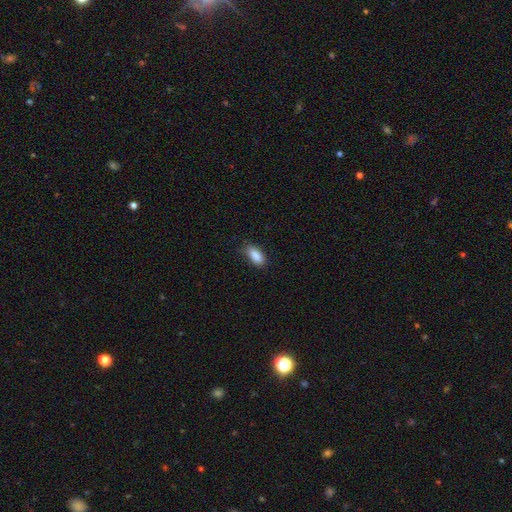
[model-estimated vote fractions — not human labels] Q: Smooth or featured?
A: smooth (89%); runner-up: star or artifact (7%)
Q: How rounded?
A: in between (89%); runner-up: cigar-shaped (8%)
Q: Merging?
A: none (80%); runner-up: minor disturbance (16%)